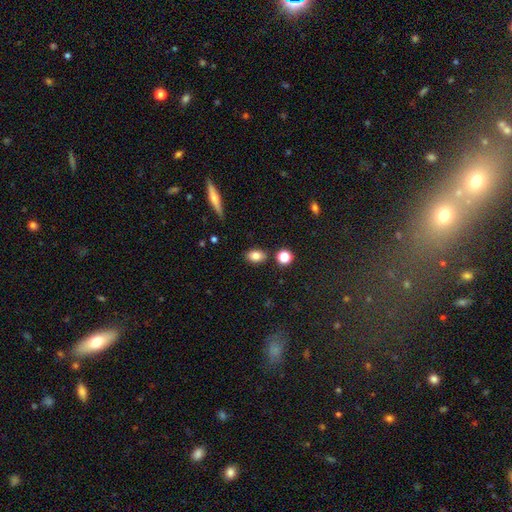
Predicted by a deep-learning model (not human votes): Overall: smooth (82%). How rounded: in between (80%). Merging: none (82%).